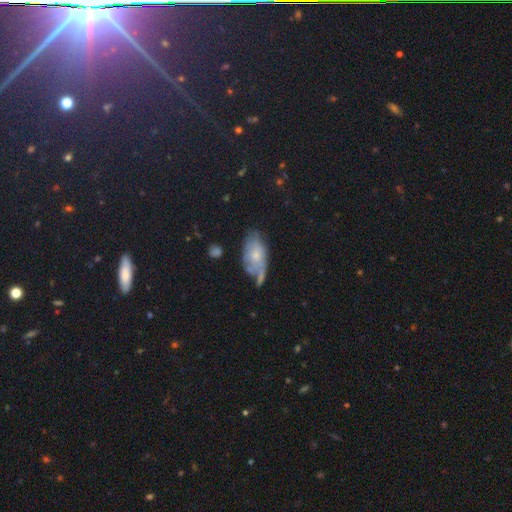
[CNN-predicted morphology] smooth-or-featured: smooth: 53% | featured or disk: 39% | star or artifact: 9%
  how-rounded: in between: 91% | round: 4% | cigar-shaped: 4%
  merging: none: 44% | minor disturbance: 33% | major disturbance: 15% | merger: 8%